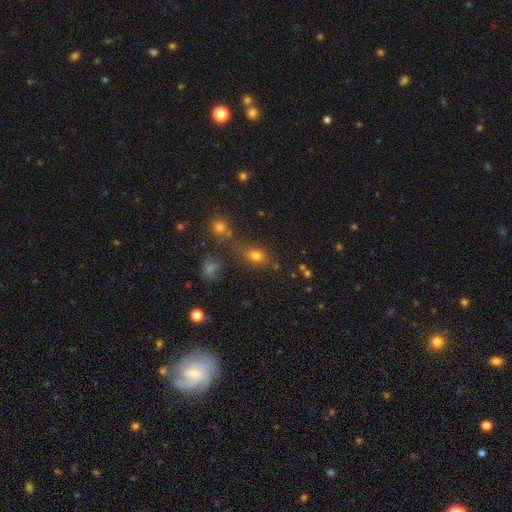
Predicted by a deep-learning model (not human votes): smooth-or-featured: smooth: 72% | star or artifact: 18% | featured or disk: 10%
  how-rounded: in between: 65% | round: 32% | cigar-shaped: 3%
  merging: none: 62% | merger: 18% | minor disturbance: 14% | major disturbance: 6%